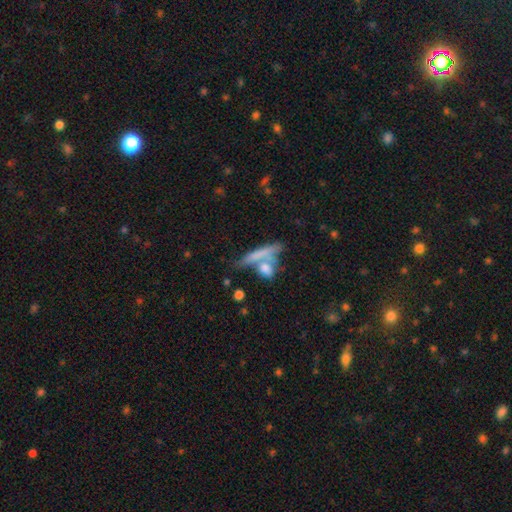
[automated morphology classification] The model was most divided on "merging": none: 46%, merger: 36%, minor disturbance: 12%, major disturbance: 6%. More confident: how rounded — cigar-shaped (73%); smooth or featured — smooth (65%).